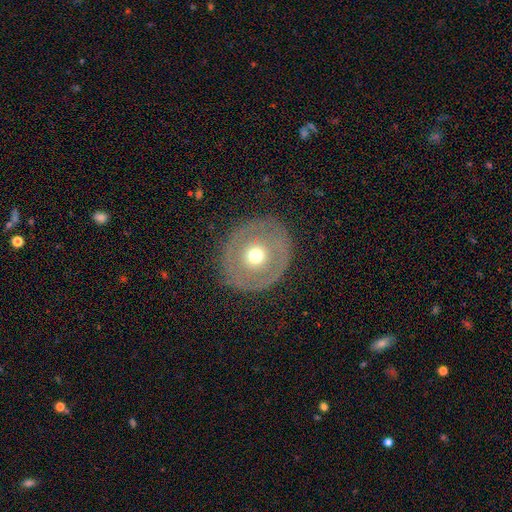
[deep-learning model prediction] Overall: featured or disk (47%; smooth 45%). Merging: none (83%).